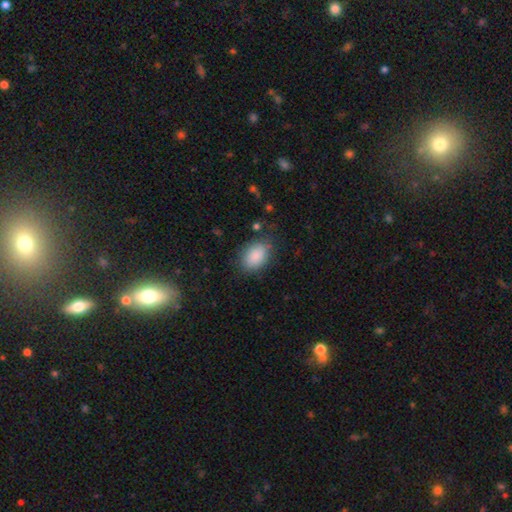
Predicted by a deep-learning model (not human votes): Smooth or featured?
  - smooth: 87% *
  - star or artifact: 7%
  - featured or disk: 6%
How rounded?
  - in between: 83% *
  - round: 15%
  - cigar-shaped: 1%
Merging?
  - none: 76% *
  - minor disturbance: 16%
  - major disturbance: 6%
  - merger: 2%